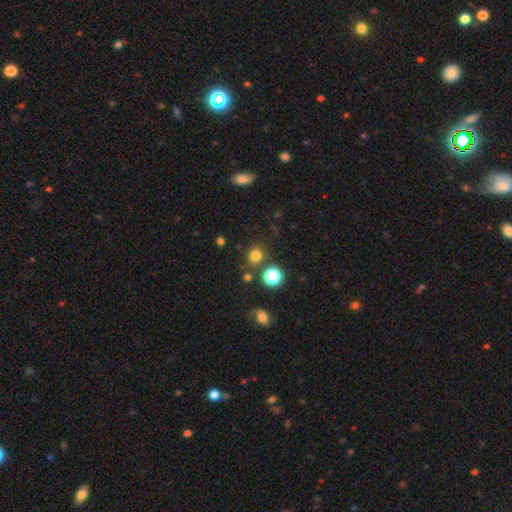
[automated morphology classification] type=smooth (75%); roundness=round (81%); merging=none (77%).